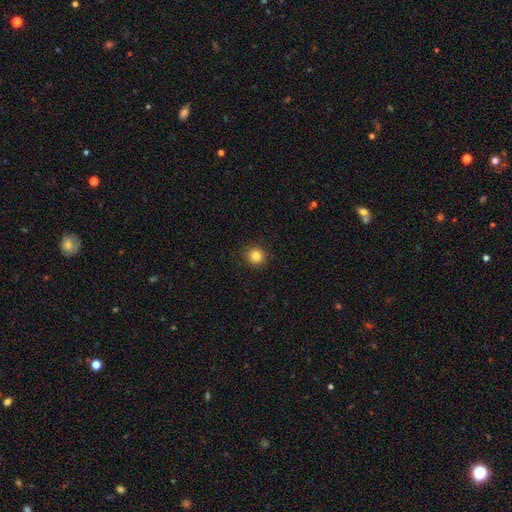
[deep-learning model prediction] Morphology: type=smooth (84%); roundness=round (90%); merging=none (91%).